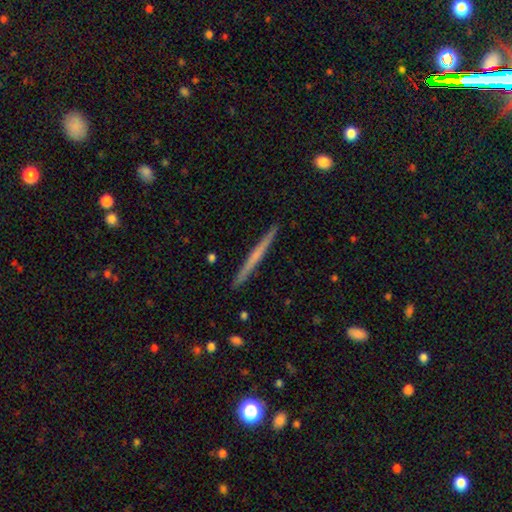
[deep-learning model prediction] A featured or disk galaxy (55%) viewed edge-on (98%) with no central bulge (77%).

Vote fractions:
- Smooth or featured? featured or disk: 55% / smooth: 40% / star or artifact: 5%
- Edge-on disk? yes: 98% / no: 2%
- Edge-on bulge? none: 77% / rounded: 18% / boxy: 5%
- Merging? none: 92% / minor disturbance: 5% / major disturbance: 1% / merger: 1%